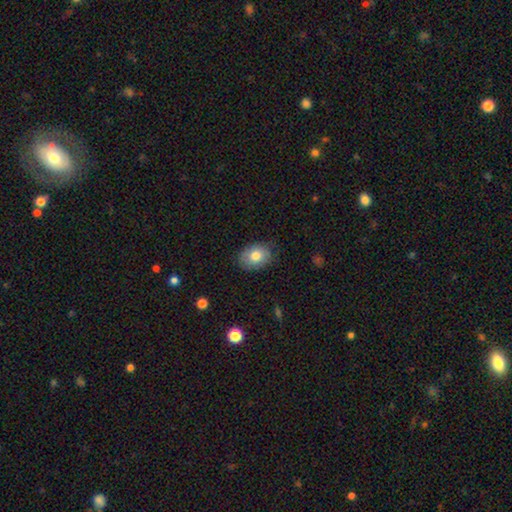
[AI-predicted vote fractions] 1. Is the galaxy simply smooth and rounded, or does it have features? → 78% smooth, 14% featured or disk, 8% star or artifact.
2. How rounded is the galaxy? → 72% in between, 27% round, 1% cigar-shaped.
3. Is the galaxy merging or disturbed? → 80% none, 16% minor disturbance, 3% major disturbance, 1% merger.